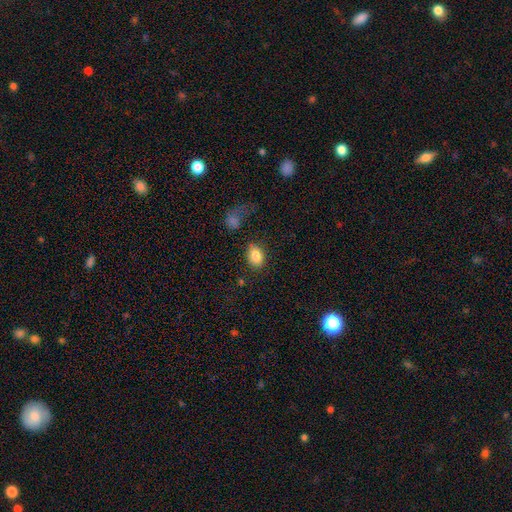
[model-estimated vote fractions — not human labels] smooth_or_featured: smooth (p=0.85) [alt: star or artifact p=0.08]
how_rounded: in between (p=0.75) [alt: round p=0.24]
merging: none (p=0.74) [alt: minor disturbance p=0.14]